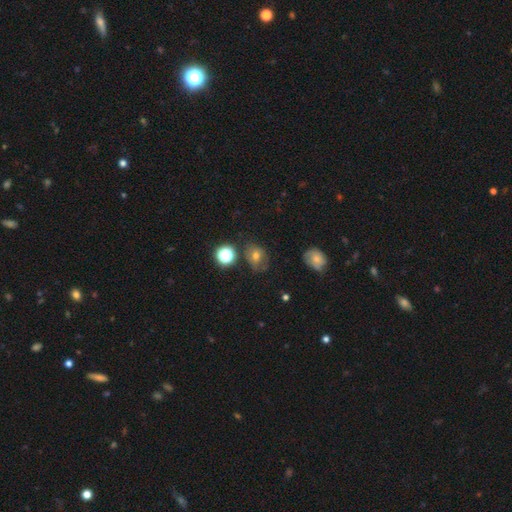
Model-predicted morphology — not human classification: Q: Smooth or featured?
A: smooth (59%); runner-up: featured or disk (22%)
Q: How rounded?
A: round (51%); runner-up: in between (48%)
Q: Merging?
A: none (58%); runner-up: minor disturbance (25%)